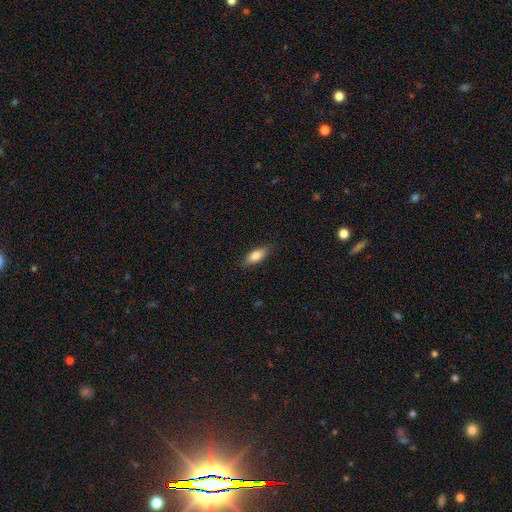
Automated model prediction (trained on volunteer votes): The model was most divided on "how rounded": in between: 78%, cigar-shaped: 20%, round: 3%. More confident: merging — none (83%); smooth or featured — smooth (80%).